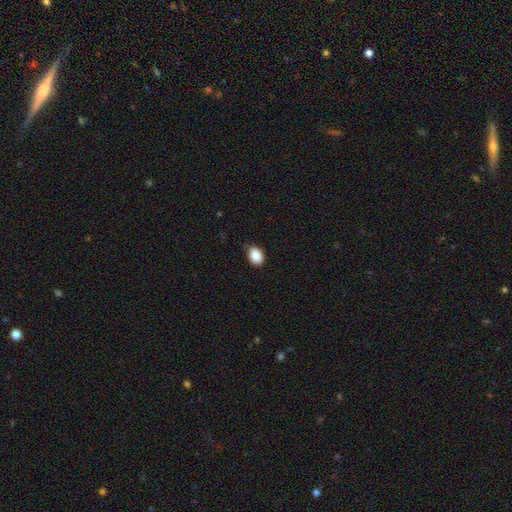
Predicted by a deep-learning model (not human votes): Smooth or featured: smooth — 88% (star or artifact — 8%)
How rounded: in between — 75% (round — 24%)
Merging: none — 81% (minor disturbance — 15%)